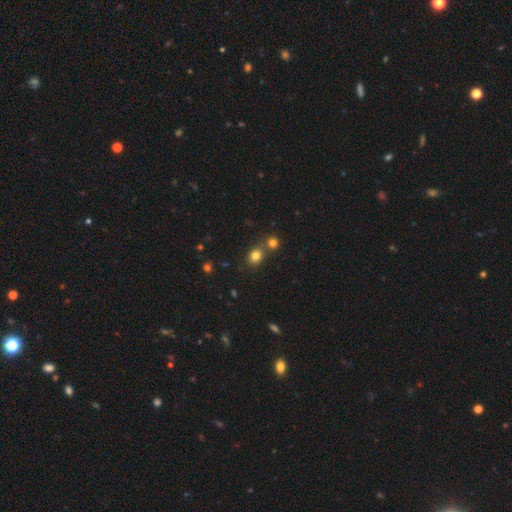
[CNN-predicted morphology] smooth_or_featured: smooth (p=0.79) [alt: star or artifact p=0.13]
how_rounded: round (p=0.61) [alt: in between p=0.38]
merging: none (p=0.60) [alt: merger p=0.28]